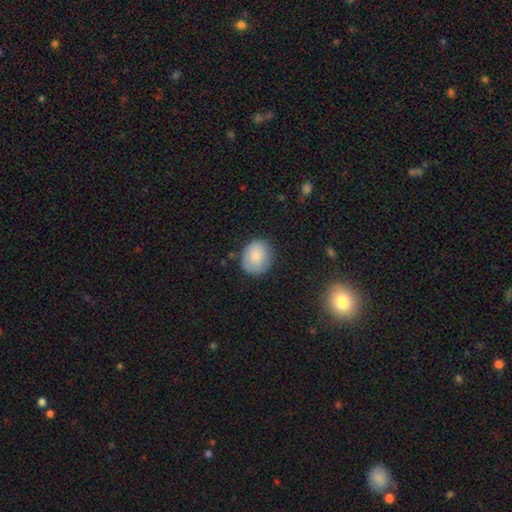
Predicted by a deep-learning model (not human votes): This appears to be a smooth galaxy with no disk features (83%) that is round (71%). Merging: none (76%).